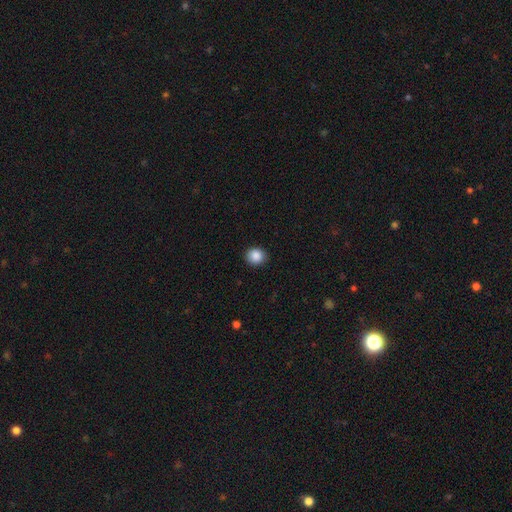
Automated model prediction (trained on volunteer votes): A smooth galaxy with no disk features (88%) that is round (82%).

Vote fractions:
- Smooth or featured? smooth: 88% / star or artifact: 9% / featured or disk: 3%
- How rounded? round: 82% / in between: 17% / cigar-shaped: 1%
- Merging? none: 90% / minor disturbance: 7% / major disturbance: 2% / merger: 1%